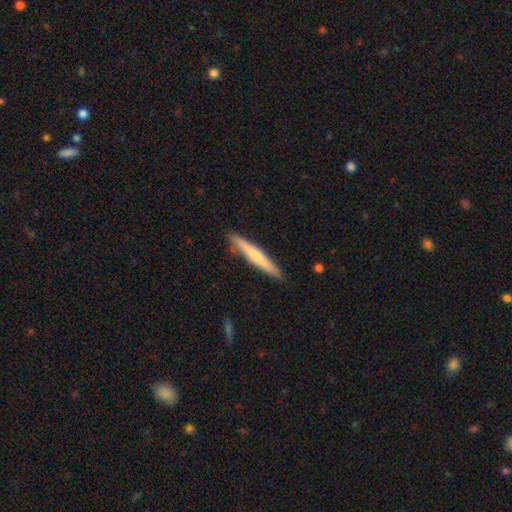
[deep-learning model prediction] smooth 56%, featured or disk 38%, star or artifact 5%. Down the decision tree: how rounded — cigar-shaped (95%); merging — none (90%).